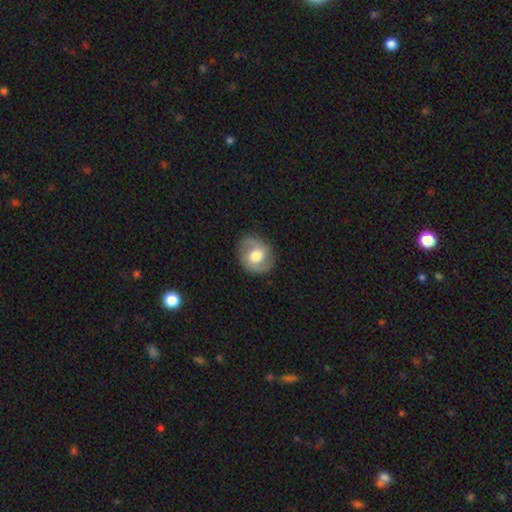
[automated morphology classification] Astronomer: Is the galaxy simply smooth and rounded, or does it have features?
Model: featured or disk — 54% (runner-up: smooth, 40%).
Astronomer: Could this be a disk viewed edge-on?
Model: no — 96%.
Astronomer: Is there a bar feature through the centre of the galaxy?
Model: no — 53% (runner-up: weak, 37%).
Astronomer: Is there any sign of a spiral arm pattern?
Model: yes — 72%.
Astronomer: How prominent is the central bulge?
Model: moderate — 57% (runner-up: large, 33%).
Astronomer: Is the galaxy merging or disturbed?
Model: none — 83%.